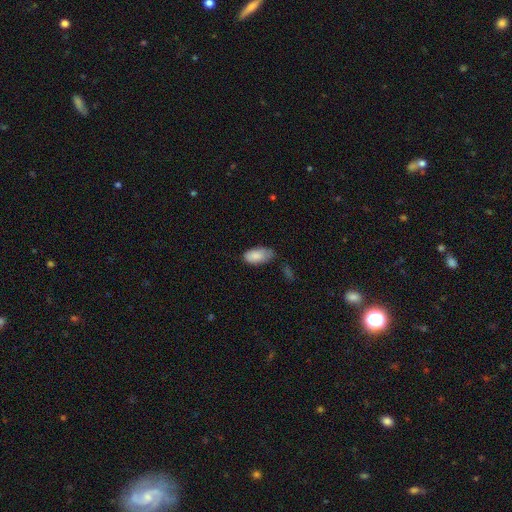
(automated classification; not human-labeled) This appears to be a smooth galaxy with no disk features (87%) that is in between round and cigar-shaped (94%). Merging: none (52%).